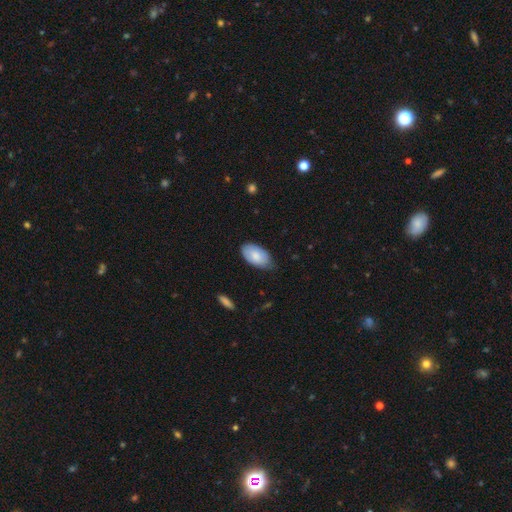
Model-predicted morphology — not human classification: The model was most divided on "merging": none: 66%, minor disturbance: 28%, major disturbance: 4%, merger: 1%. More confident: how rounded — in between (95%); smooth or featured — smooth (80%).